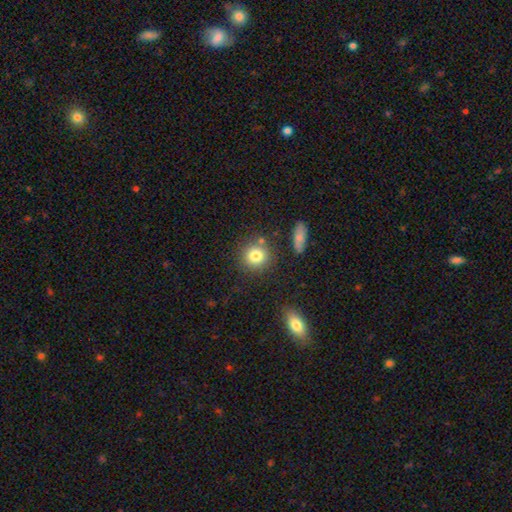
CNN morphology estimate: Overall: smooth (81%). How rounded: round (88%). Merging: none (79%).